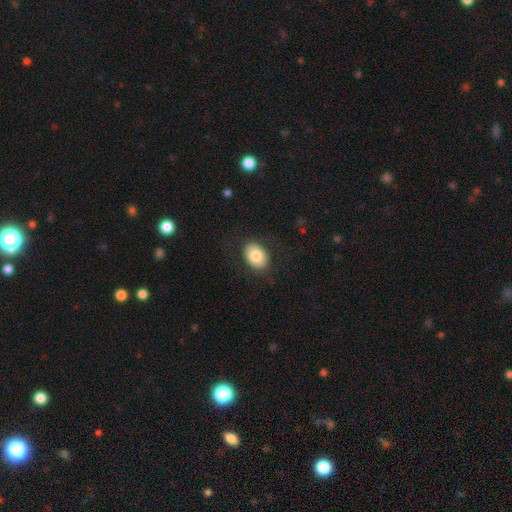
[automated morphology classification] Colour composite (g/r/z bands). It shows a smooth galaxy with no disk features (80%) that is in between round and cigar-shaped (83%). Merging: none (84%).